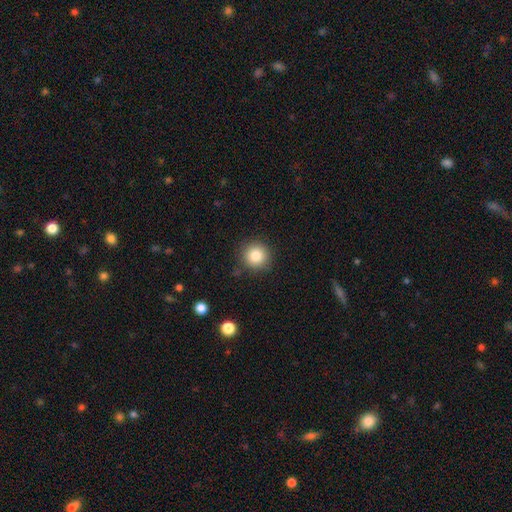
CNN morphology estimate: type=smooth (83%); roundness=round (93%); merging=none (88%).